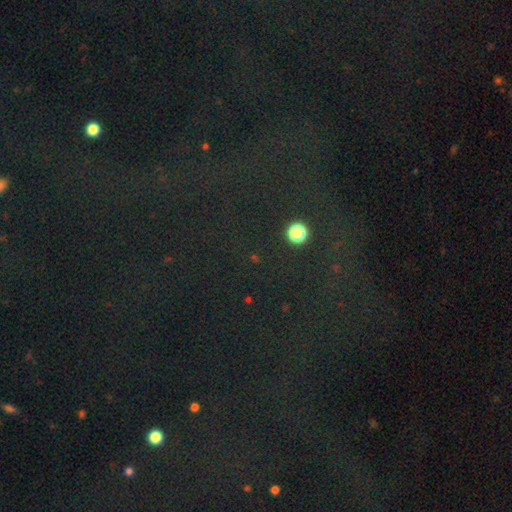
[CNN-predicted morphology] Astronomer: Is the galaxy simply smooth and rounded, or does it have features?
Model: star or artifact — 79%.